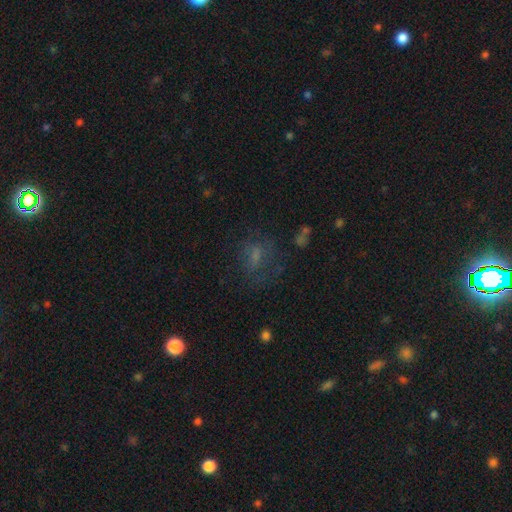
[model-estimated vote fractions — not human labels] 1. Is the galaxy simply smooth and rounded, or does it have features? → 49% smooth, 27% featured or disk, 24% star or artifact.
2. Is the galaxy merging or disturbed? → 54% none, 23% major disturbance, 20% minor disturbance, 3% merger.